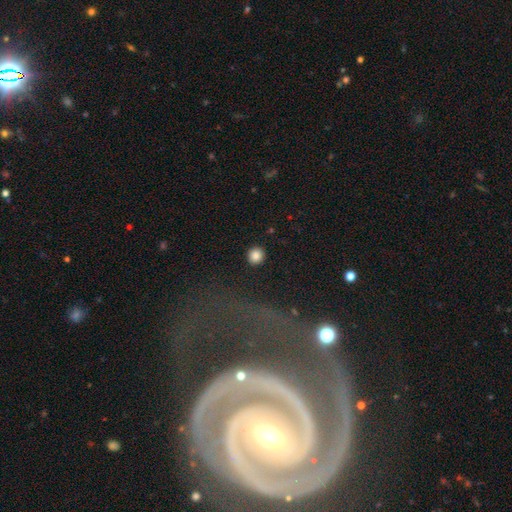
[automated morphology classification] This is clearly a smooth galaxy (85%). How rounded: clearly round (91%). Merging: clearly none (92%).